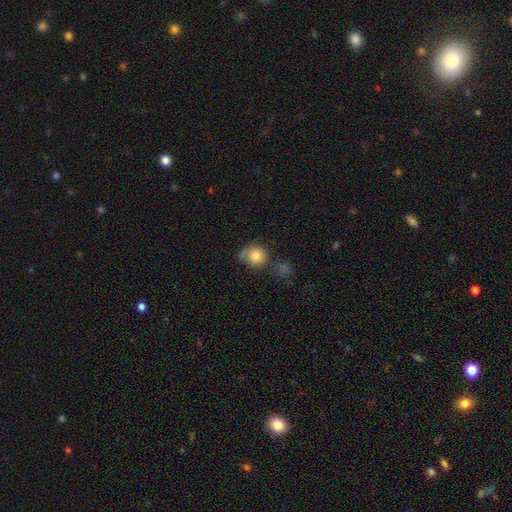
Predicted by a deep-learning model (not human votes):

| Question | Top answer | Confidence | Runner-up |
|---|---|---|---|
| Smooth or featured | smooth | 81% | featured or disk (9%) |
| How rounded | round | 84% | in between (15%) |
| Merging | none | 56% | minor disturbance (19%) |